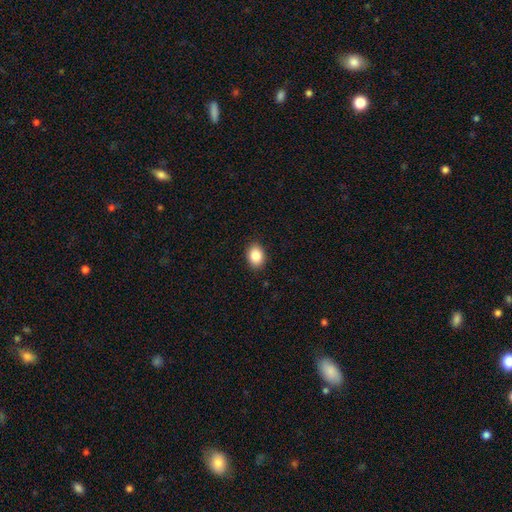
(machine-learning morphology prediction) This appears to be a smooth galaxy with no disk features (86%) that is in between round and cigar-shaped (67%). Merging: none (89%).